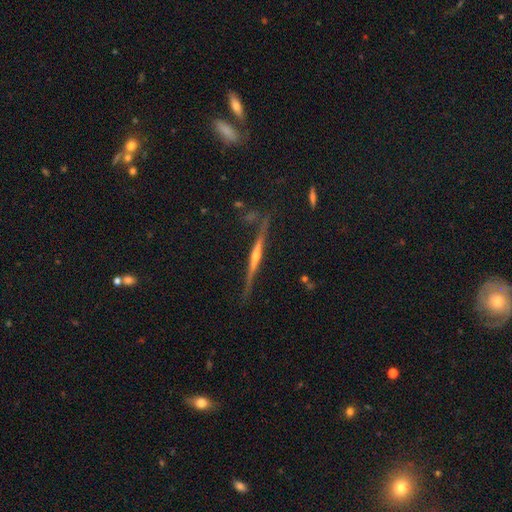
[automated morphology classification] Smooth or featured: featured or disk — 80% (smooth — 12%)
Edge-on disk: yes — 97% (no — 3%)
Edge-on bulge: rounded — 75% (none — 18%)
Merging: none — 79% (minor disturbance — 14%)